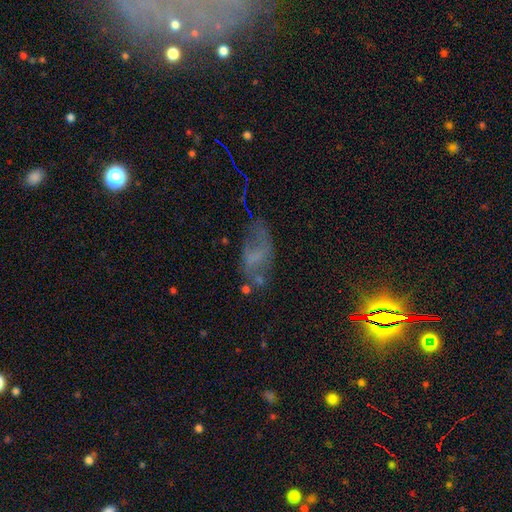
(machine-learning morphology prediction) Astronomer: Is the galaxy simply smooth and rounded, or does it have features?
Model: featured or disk — 44% (runner-up: smooth, 35%).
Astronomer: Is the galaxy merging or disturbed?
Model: none — 39% (runner-up: major disturbance, 29%).